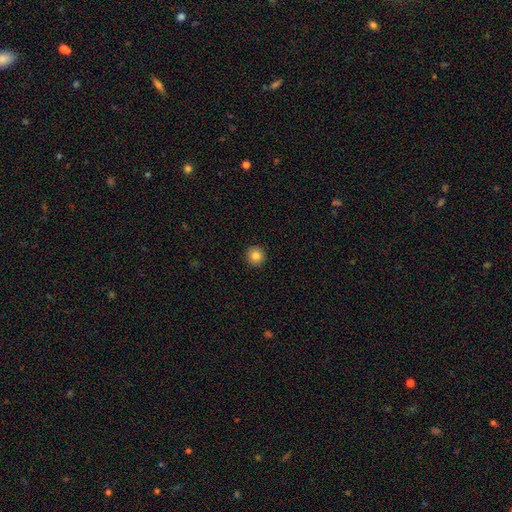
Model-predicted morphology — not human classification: Smooth or featured: smooth — 83% (star or artifact — 10%)
How rounded: round — 95% (in between — 4%)
Merging: none — 93% (minor disturbance — 5%)